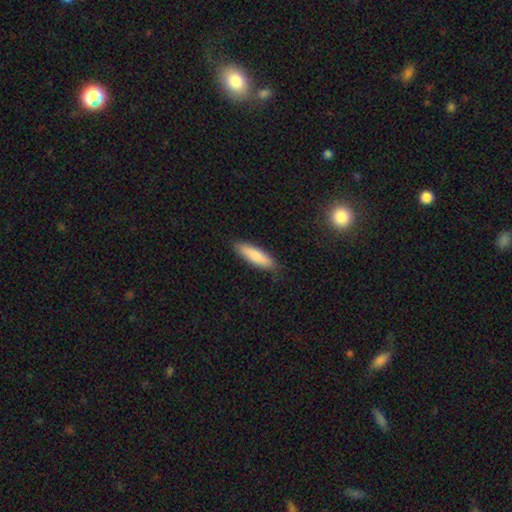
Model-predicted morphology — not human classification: The model was most divided on "how rounded": cigar-shaped: 63%, in between: 36%, round: 1%. More confident: merging — none (85%); smooth or featured — smooth (84%).